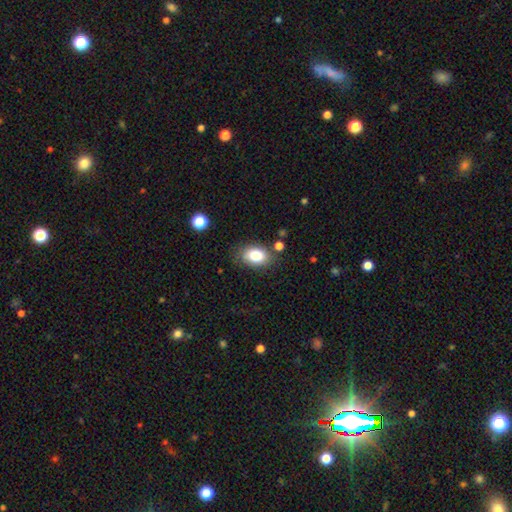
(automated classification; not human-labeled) This is clearly a smooth galaxy (82%). How rounded: clearly in between (86%). Merging: likely none (77%).